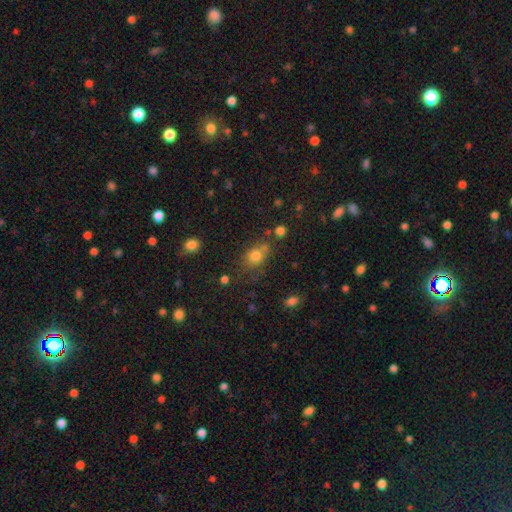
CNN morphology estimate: A smooth galaxy with no disk features (74%) that is round (51%). Merging: none (58%).